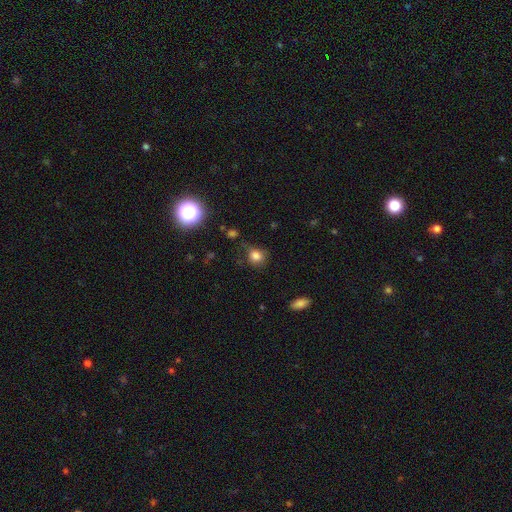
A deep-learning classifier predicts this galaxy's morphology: Overall: smooth (80%). How rounded: round (75%). Merging: none (67%).